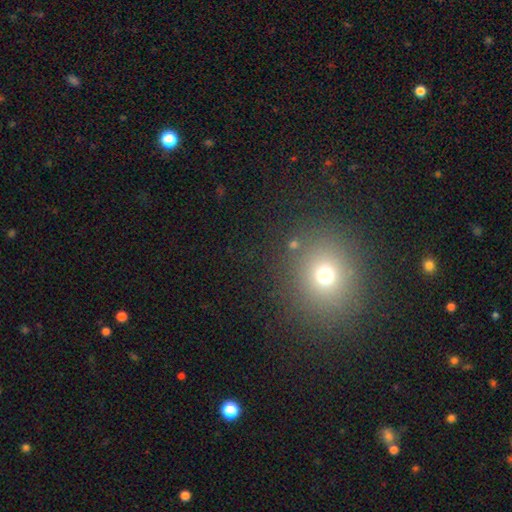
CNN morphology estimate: Overall: smooth (62%; star or artifact 31%). How rounded: round (81%). Merging: none (90%).